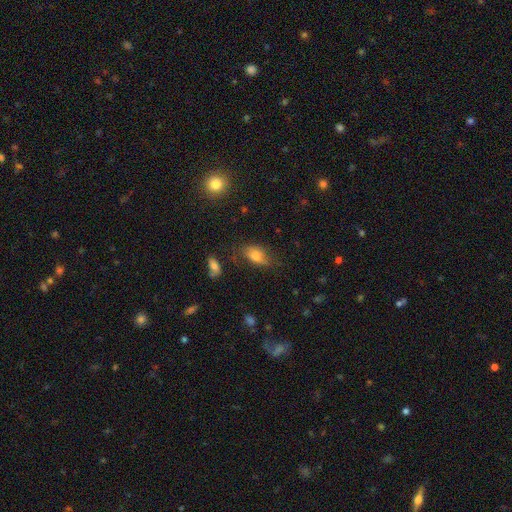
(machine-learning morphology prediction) Smooth or featured: smooth — 70% (featured or disk — 18%)
How rounded: in between — 86% (round — 9%)
Merging: none — 57% (minor disturbance — 28%)